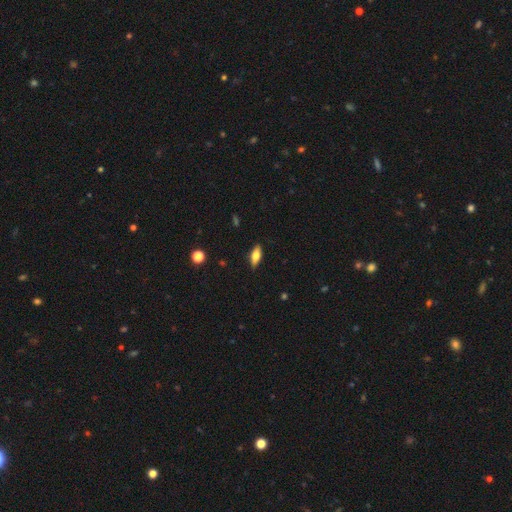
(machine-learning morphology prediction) smooth-or-featured: smooth: 60% | featured or disk: 33% | star or artifact: 7%
  how-rounded: in between: 74% | cigar-shaped: 22% | round: 3%
  merging: none: 87% | minor disturbance: 10% | major disturbance: 2% | merger: 1%